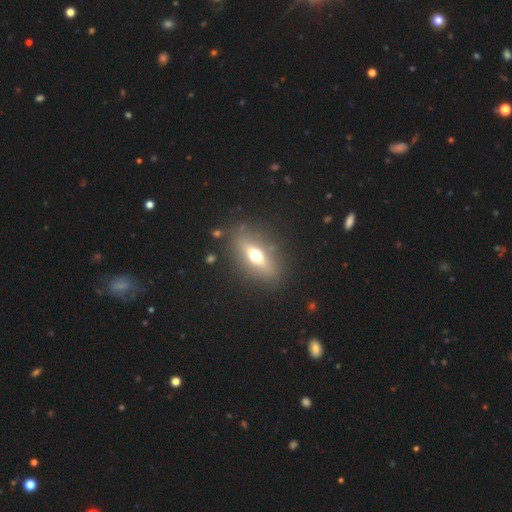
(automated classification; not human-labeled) smooth 46%, featured or disk 44%, star or artifact 10%. Down the decision tree: merging — none (84%).